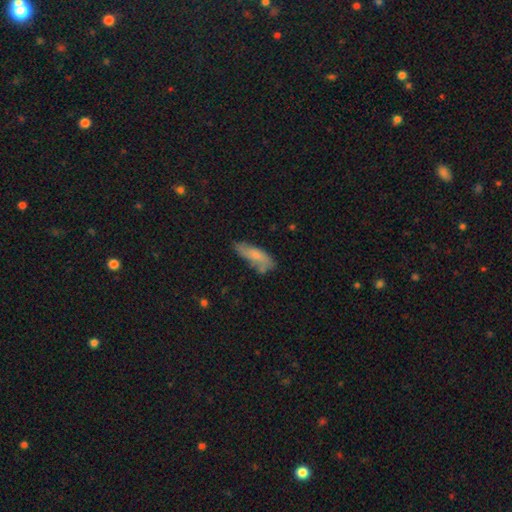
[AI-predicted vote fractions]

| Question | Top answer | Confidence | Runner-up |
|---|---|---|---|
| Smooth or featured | smooth | 70% | featured or disk (23%) |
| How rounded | in between | 58% | cigar-shaped (40%) |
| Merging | none | 58% | minor disturbance (26%) |